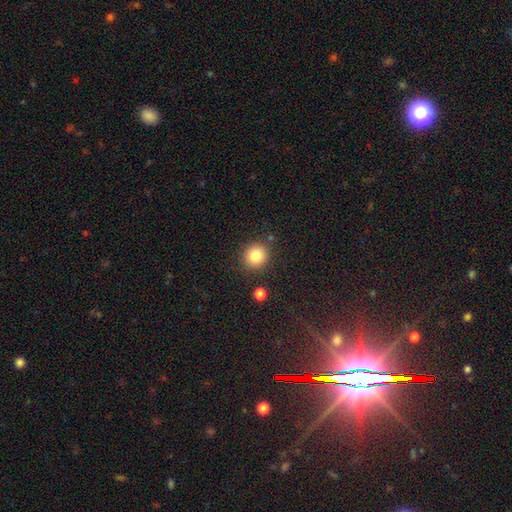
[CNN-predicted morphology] smooth_or_featured: smooth (p=0.84) [alt: star or artifact p=0.10]
how_rounded: round (p=0.87) [alt: in between p=0.12]
merging: none (p=0.85) [alt: minor disturbance p=0.08]